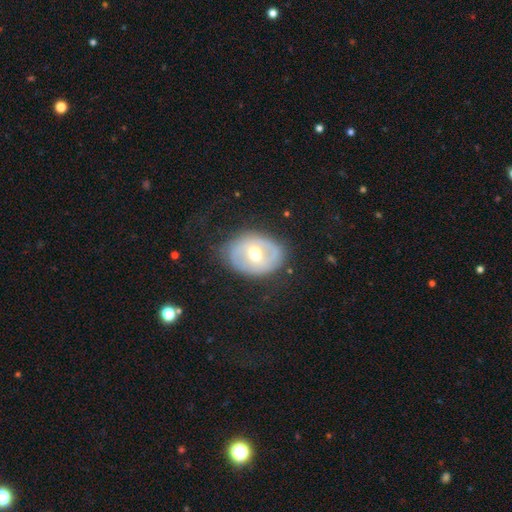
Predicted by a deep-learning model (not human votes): smooth_or_featured: featured or disk (p=0.56) [alt: smooth p=0.37]
disk_edge_on: no (p=0.94) [alt: yes p=0.06]
bar: no (p=0.61) [alt: weak p=0.30]
has_spiral_arms: no (p=0.57) [alt: yes p=0.43]
bulge_size: moderate (p=0.76) [alt: small p=0.14]
merging: none (p=0.69) [alt: minor disturbance p=0.21]